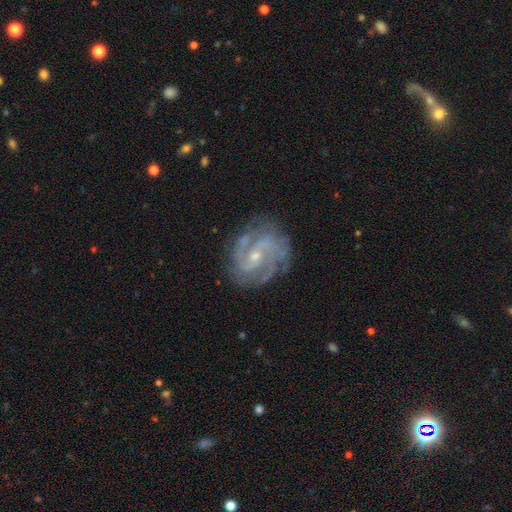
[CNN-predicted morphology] smooth-or-featured: featured or disk: 88% | star or artifact: 6% | smooth: 6%
  disk-edge-on: no: 98% | yes: 2%
    bar: no: 44% (tied) | weak: 44% (tied) | strong: 12%
    has-spiral-arms: yes: 97% | no: 3%
      spiral-winding: medium: 46% | tight: 43% | loose: 11%
      spiral-arm-count: 2: 45% | 3: 23% | can't tell: 16% | 4: 7% | 1: 5% | more than 4: 5%
    bulge-size: small: 69% | moderate: 26% | none: 2% | large: 1% | dominant: 1%
  merging: none: 75% | minor disturbance: 16% | major disturbance: 7% | merger: 2%